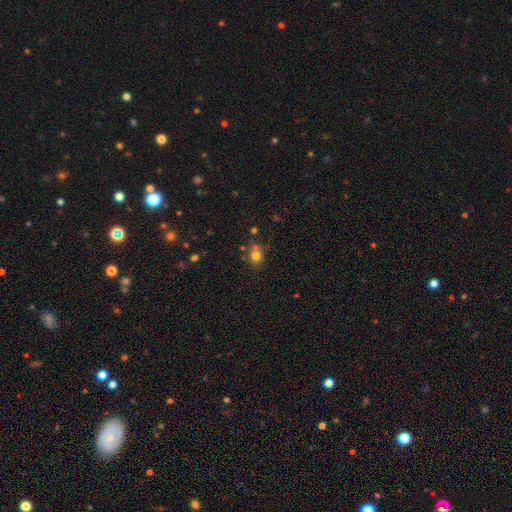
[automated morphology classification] Smooth or featured? smooth (76%)
How rounded? round (66%)
Merging? none (64%)